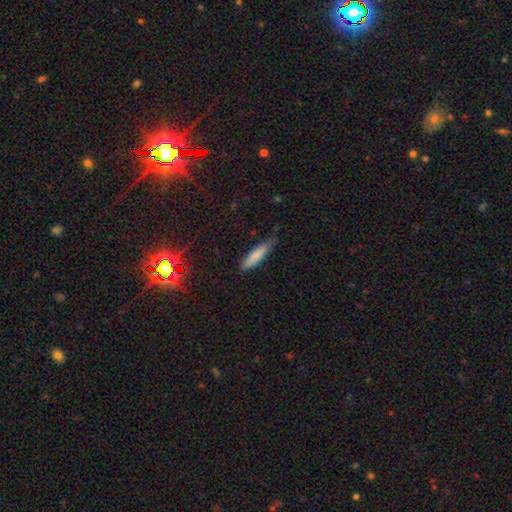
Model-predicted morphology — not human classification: smooth 79%, featured or disk 14%, star or artifact 7%. Down the decision tree: how rounded — cigar-shaped (73%); merging — none (68%).